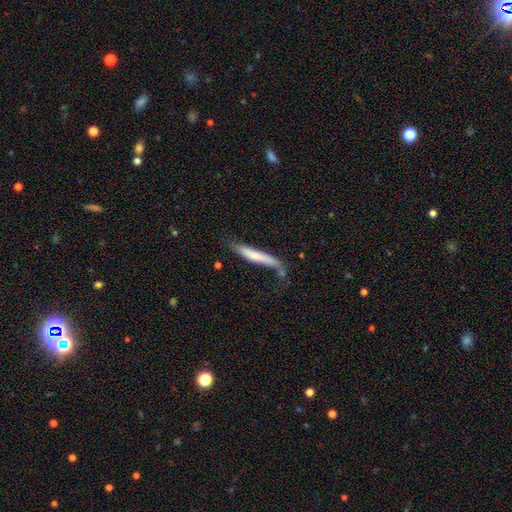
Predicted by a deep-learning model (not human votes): Smooth or featured? smooth (64%)
How rounded? cigar-shaped (93%)
Merging? none (56%)